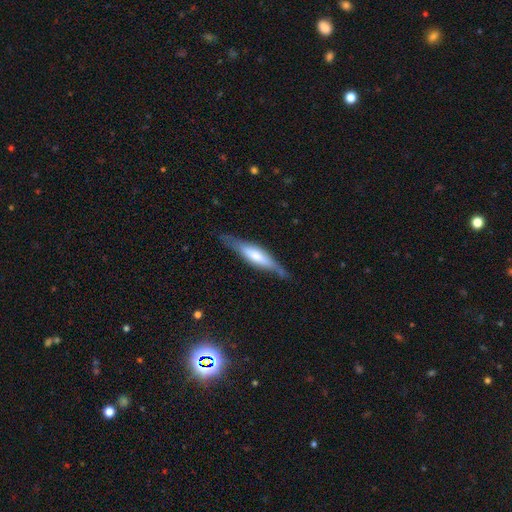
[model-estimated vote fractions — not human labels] This appears to be a featured or disk galaxy (51%) viewed edge-on (87%). Merging: none (75%).